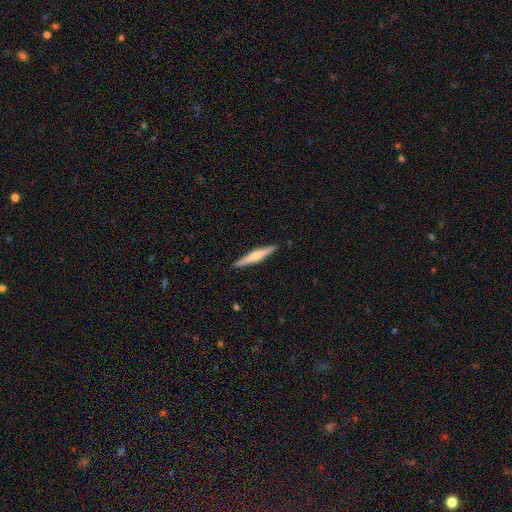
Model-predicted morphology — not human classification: Q: Smooth or featured?
A: featured or disk (56%); runner-up: smooth (39%)
Q: Edge-on disk?
A: yes (98%); runner-up: no (2%)
Q: Edge-on bulge?
A: rounded (69%); runner-up: boxy (16%)
Q: Merging?
A: none (91%); runner-up: minor disturbance (6%)